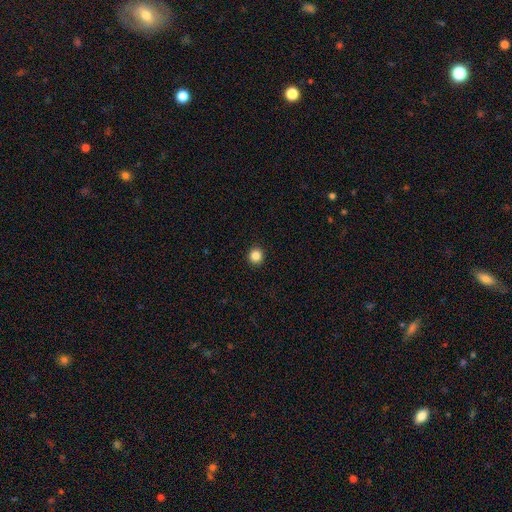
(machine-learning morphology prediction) Smooth or featured: smooth — 85% (star or artifact — 11%)
How rounded: round — 92% (in between — 7%)
Merging: none — 93% (minor disturbance — 4%)